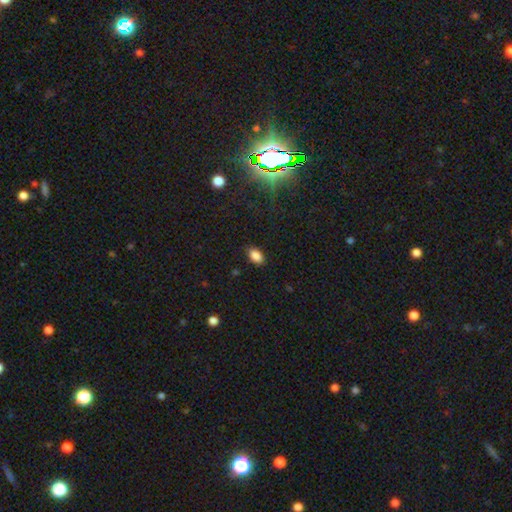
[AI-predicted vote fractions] A smooth galaxy with no disk features (87%) that is in between round and cigar-shaped (90%).

Vote fractions:
- Smooth or featured? smooth: 87% / star or artifact: 9% / featured or disk: 4%
- How rounded? in between: 90% / round: 9% / cigar-shaped: 2%
- Merging? none: 85% / minor disturbance: 12% / major disturbance: 2% / merger: 1%